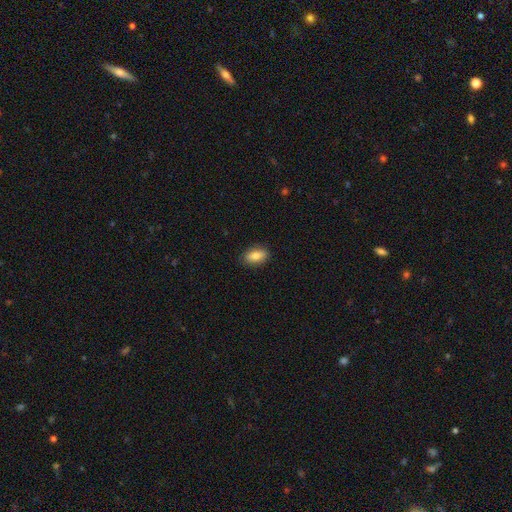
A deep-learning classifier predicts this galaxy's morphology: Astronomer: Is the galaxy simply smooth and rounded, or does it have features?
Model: smooth — 83%.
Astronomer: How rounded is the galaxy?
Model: in between — 88%.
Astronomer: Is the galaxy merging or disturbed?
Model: none — 87%.